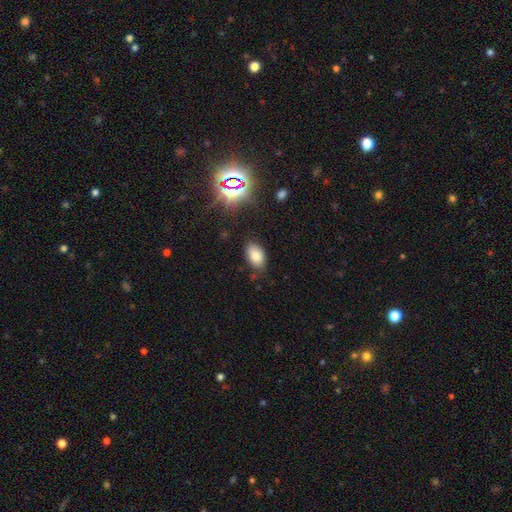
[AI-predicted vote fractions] Smooth or featured?
  - smooth: 79% *
  - star or artifact: 13%
  - featured or disk: 8%
How rounded?
  - in between: 90% *
  - round: 8%
  - cigar-shaped: 1%
Merging?
  - none: 80% *
  - minor disturbance: 15%
  - major disturbance: 3%
  - merger: 2%